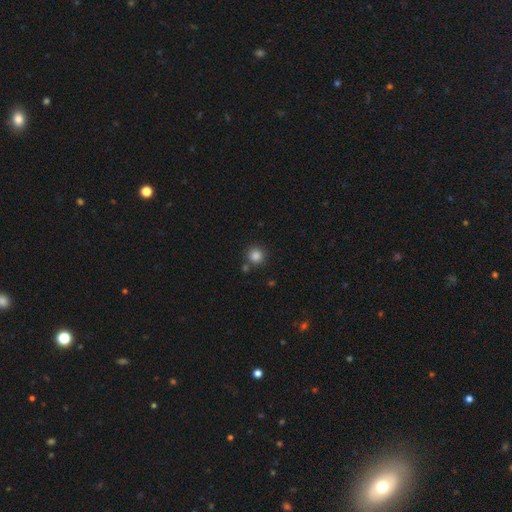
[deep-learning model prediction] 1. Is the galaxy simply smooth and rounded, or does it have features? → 85% smooth, 11% star or artifact, 4% featured or disk.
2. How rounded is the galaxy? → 94% round, 5% in between, 1% cigar-shaped.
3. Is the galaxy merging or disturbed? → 82% none, 8% merger, 8% minor disturbance, 3% major disturbance.